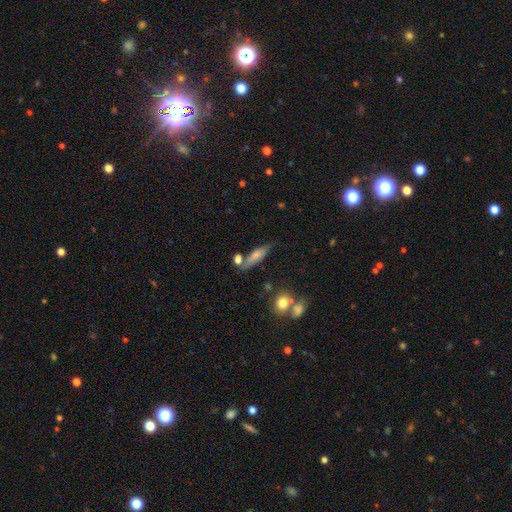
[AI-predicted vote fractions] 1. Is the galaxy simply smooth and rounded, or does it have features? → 68% smooth, 24% featured or disk, 8% star or artifact.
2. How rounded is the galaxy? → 55% cigar-shaped, 41% in between, 4% round.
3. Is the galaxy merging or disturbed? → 59% none, 18% minor disturbance, 17% merger, 6% major disturbance.